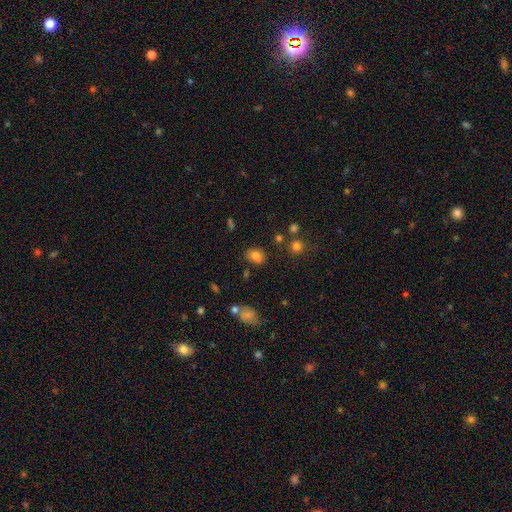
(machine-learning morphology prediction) smooth 79%, star or artifact 13%, featured or disk 8%. Down the decision tree: how rounded — in between (65%); merging — none (78%).